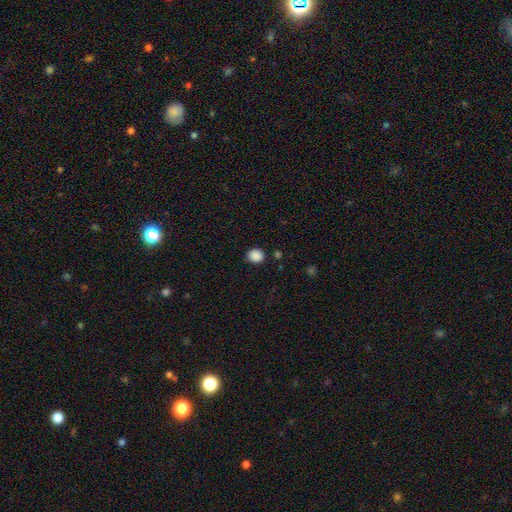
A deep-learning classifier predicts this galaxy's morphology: type=smooth (88%); roundness=round (73%); merging=none (87%).